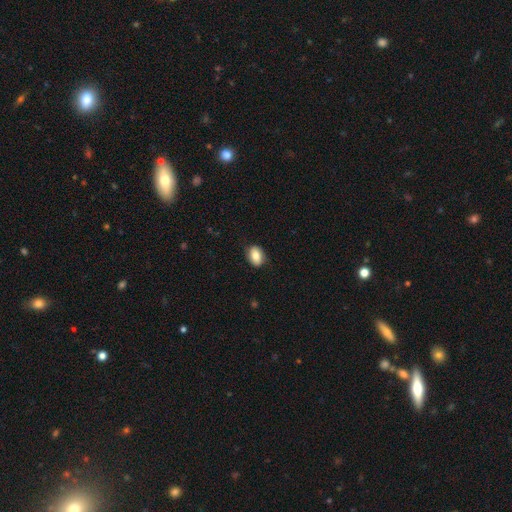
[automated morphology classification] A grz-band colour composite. It shows a smooth galaxy with no disk features (81%) that is in between round and cigar-shaped (79%). Merging: none (81%).